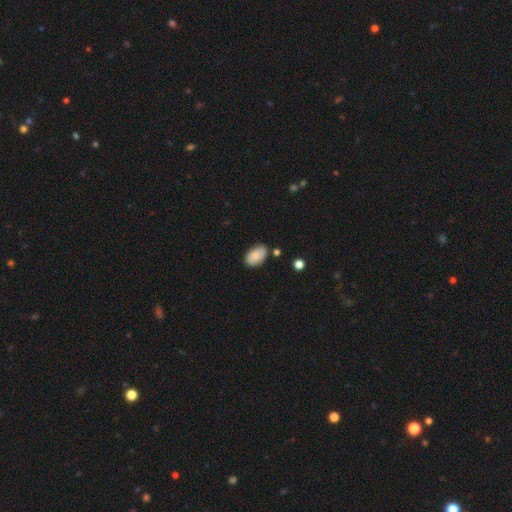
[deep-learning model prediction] Overall: smooth (78%). How rounded: in between (93%). Merging: none (72%).